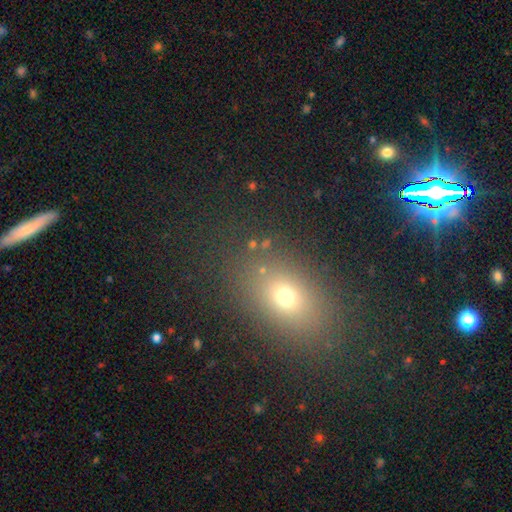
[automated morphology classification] This appears to be a smooth galaxy with no disk features (57%) that is in between round and cigar-shaped (66%). Merging: none (84%).